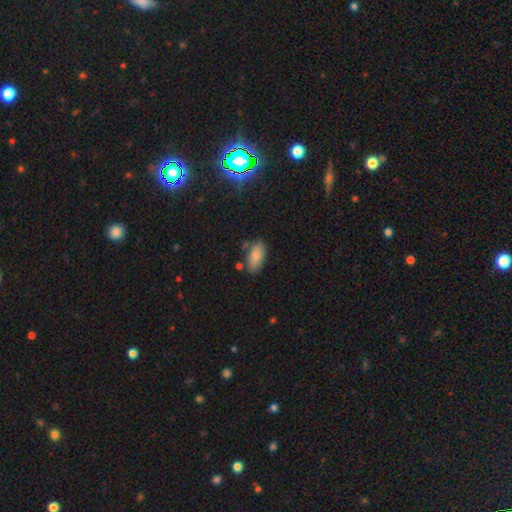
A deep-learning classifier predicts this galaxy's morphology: Overall: smooth (85%). How rounded: in between (91%). Merging: none (71%).